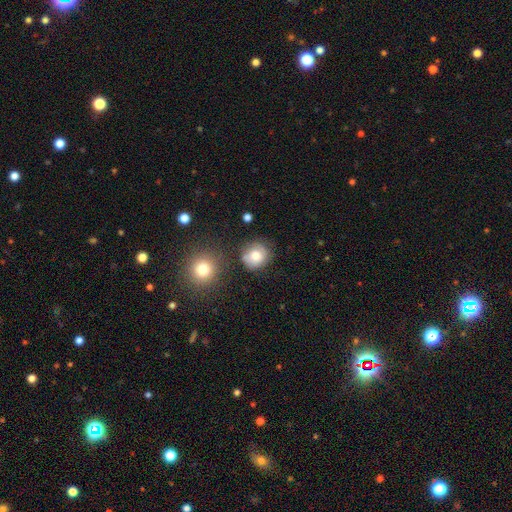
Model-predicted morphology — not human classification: This is likely a smooth galaxy (74%). How rounded: clearly round (84%). Merging: likely none (71%).